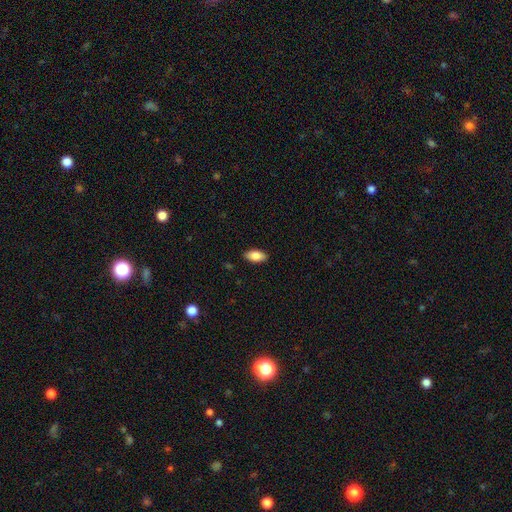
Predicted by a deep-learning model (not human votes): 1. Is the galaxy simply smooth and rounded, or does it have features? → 82% smooth, 11% featured or disk, 7% star or artifact.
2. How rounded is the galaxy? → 91% in between, 6% cigar-shaped, 3% round.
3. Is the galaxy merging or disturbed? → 88% none, 9% minor disturbance, 2% major disturbance, 1% merger.